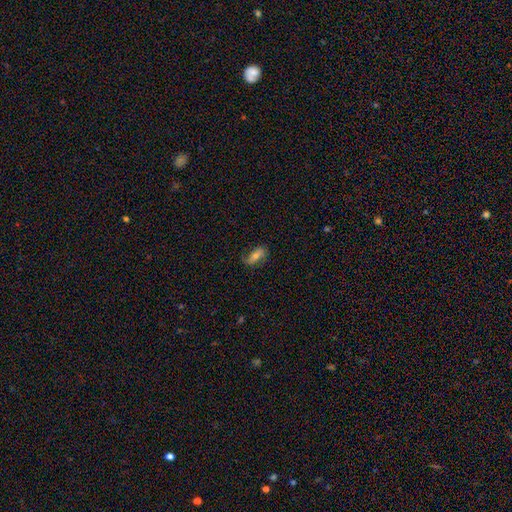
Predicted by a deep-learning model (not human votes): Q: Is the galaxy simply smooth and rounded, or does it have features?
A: smooth — 50%.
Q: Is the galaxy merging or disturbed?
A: none — 71%.